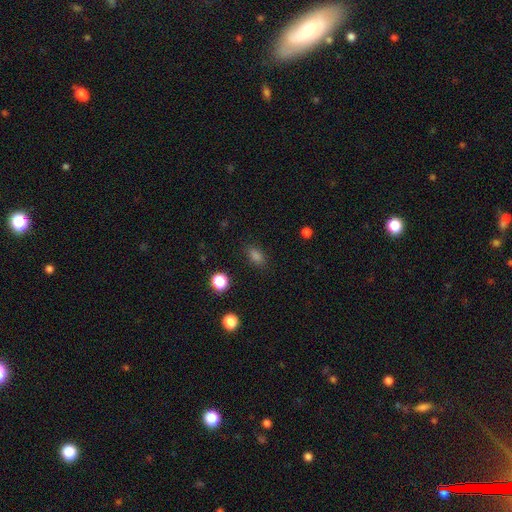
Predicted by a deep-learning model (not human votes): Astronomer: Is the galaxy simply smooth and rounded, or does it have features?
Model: smooth — 80%.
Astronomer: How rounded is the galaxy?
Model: in between — 80%.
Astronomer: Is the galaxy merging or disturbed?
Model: none — 86%.